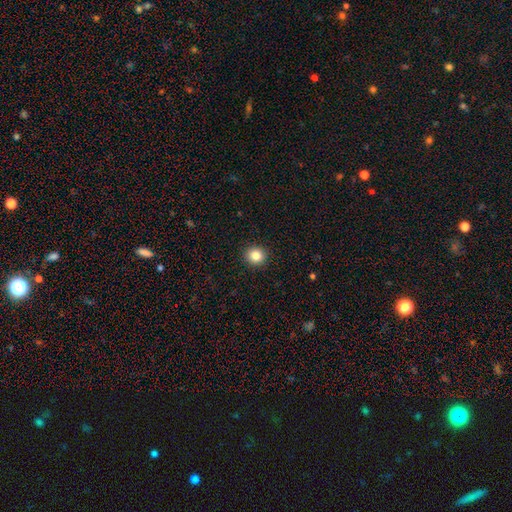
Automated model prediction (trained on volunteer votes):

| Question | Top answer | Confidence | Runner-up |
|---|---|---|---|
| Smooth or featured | smooth | 84% | star or artifact (11%) |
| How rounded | round | 89% | in between (10%) |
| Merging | none | 93% | minor disturbance (5%) |